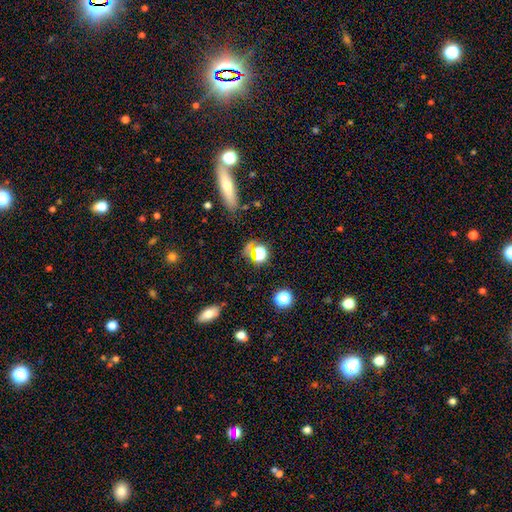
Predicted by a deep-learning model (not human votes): Smooth or featured? smooth (52%)
How rounded? round (64%)
Merging? none (76%)